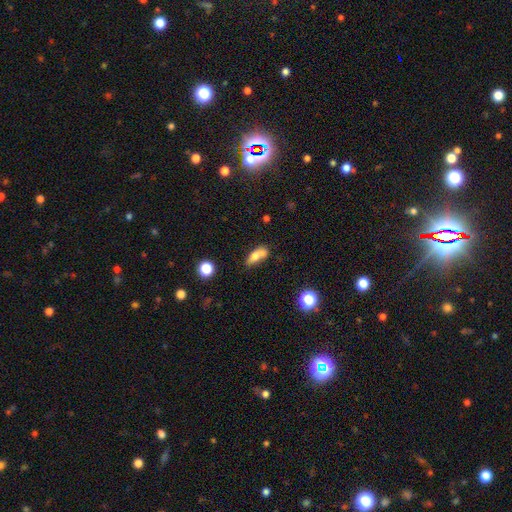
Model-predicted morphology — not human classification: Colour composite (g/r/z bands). It shows a smooth galaxy with no disk features (68%) that is in between round and cigar-shaped (69%). Merging: none (38%).